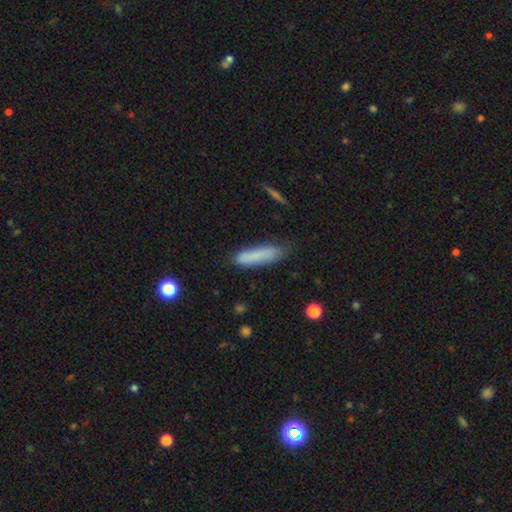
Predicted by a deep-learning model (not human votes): A smooth galaxy with no disk features (83%) that is cigar-shaped (76%).

Vote fractions:
- Smooth or featured? smooth: 83% / featured or disk: 10% / star or artifact: 7%
- How rounded? cigar-shaped: 76% / in between: 22% / round: 2%
- Merging? none: 72% / minor disturbance: 21% / major disturbance: 5% / merger: 2%